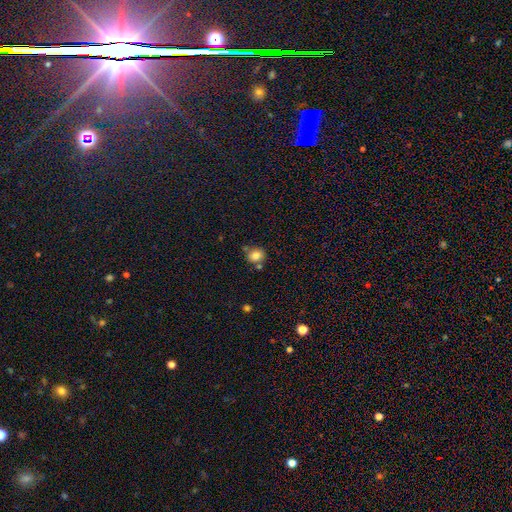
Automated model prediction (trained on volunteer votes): This appears to be a smooth galaxy with no disk features (81%) that is round (75%). Merging: none (68%).